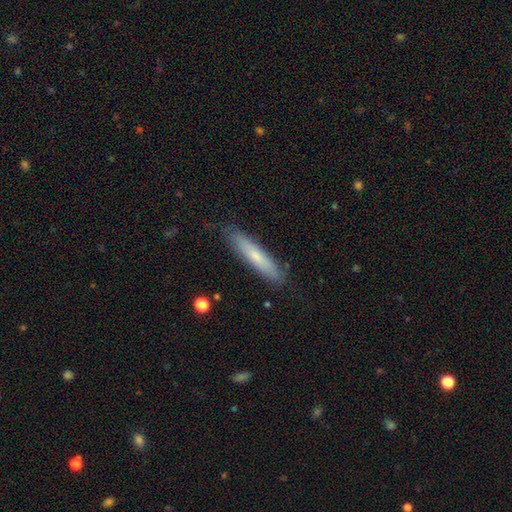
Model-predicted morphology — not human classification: This appears to be a smooth galaxy with no disk features (64%) that is cigar-shaped (88%). Merging: none (84%).